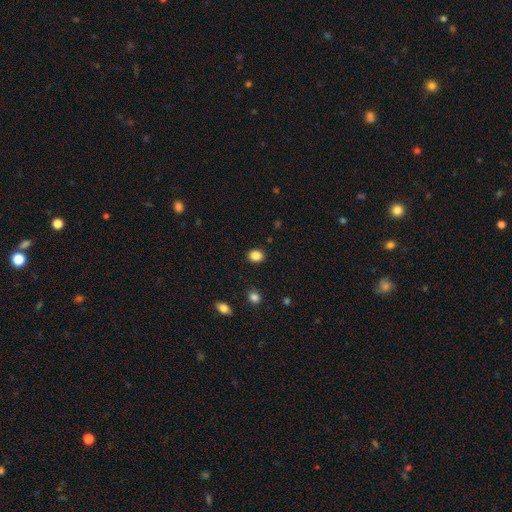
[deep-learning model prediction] Smooth or featured: smooth — 86% (star or artifact — 10%)
How rounded: round — 57% (in between — 42%)
Merging: none — 89% (minor disturbance — 7%)